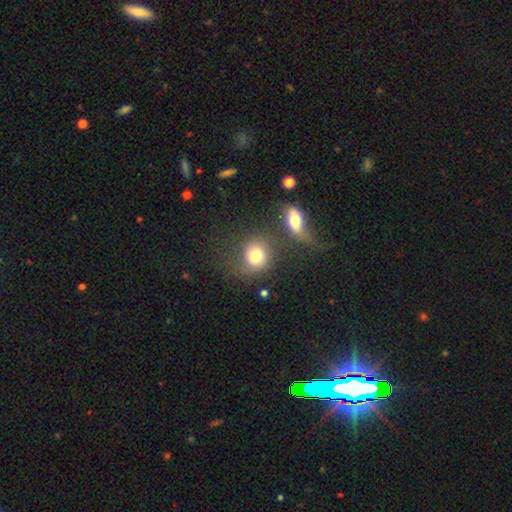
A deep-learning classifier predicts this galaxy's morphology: Smooth or featured? smooth (77%)
How rounded? round (73%)
Merging? none (49%)